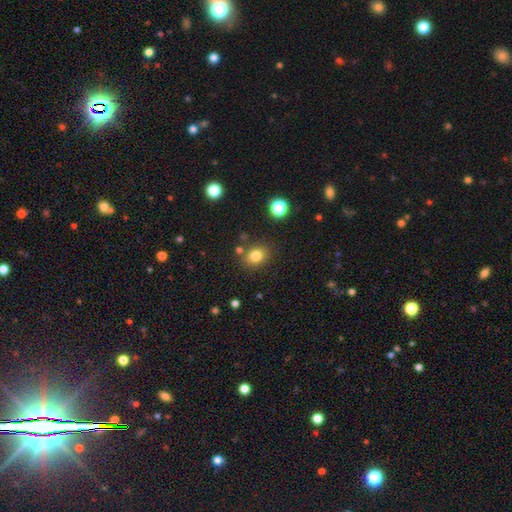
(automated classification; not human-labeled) smooth-or-featured: smooth: 81% | star or artifact: 12% | featured or disk: 7%
  how-rounded: in between: 51% | round: 48% | cigar-shaped: 1%
  merging: none: 81% | minor disturbance: 11% | merger: 5% | major disturbance: 3%